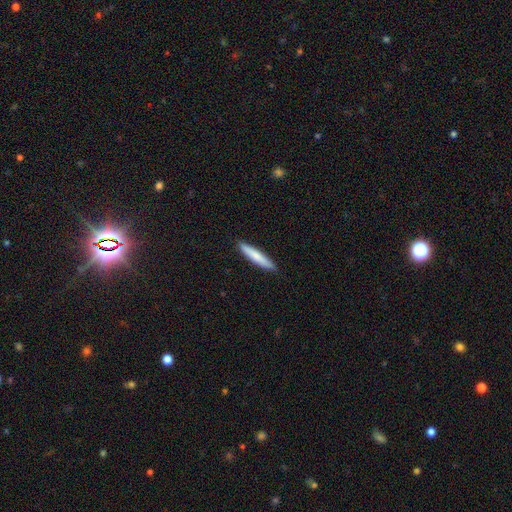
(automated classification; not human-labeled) A smooth galaxy with no disk features (73%) that is cigar-shaped (93%). Merging: none (90%).